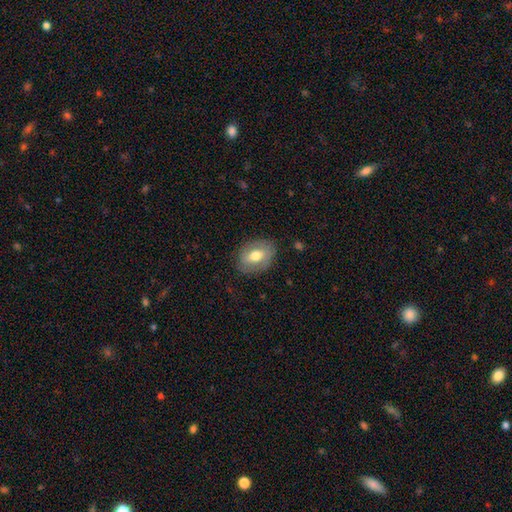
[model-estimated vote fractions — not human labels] Smooth or featured: smooth — 57% (featured or disk — 36%)
How rounded: in between — 75% (round — 24%)
Merging: none — 77% (minor disturbance — 16%)